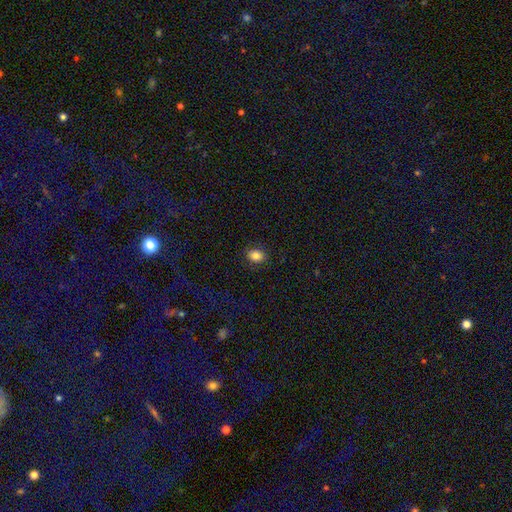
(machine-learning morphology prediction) A smooth galaxy with no disk features (84%) that is in between round and cigar-shaped (64%).

Vote fractions:
- Smooth or featured? smooth: 84% / star or artifact: 9% / featured or disk: 6%
- How rounded? in between: 64% / round: 35% / cigar-shaped: 1%
- Merging? none: 87% / minor disturbance: 10% / major disturbance: 3% / merger: 1%